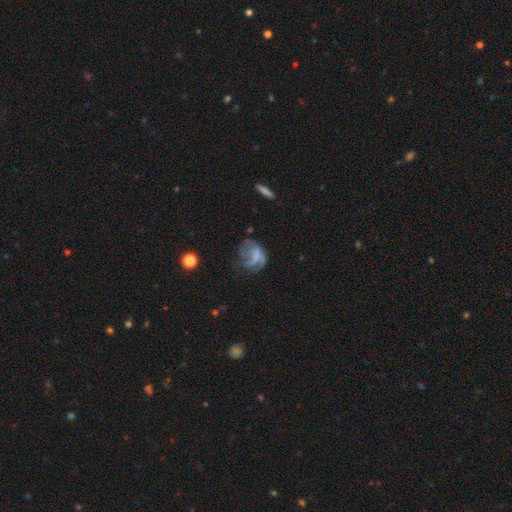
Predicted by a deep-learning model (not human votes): Morphology: type=featured or disk (53%); edge-on=no (97%); bar=no (68%); spiral arms=yes (52%); bulge=none (68%); merging=major disturbance (43%).